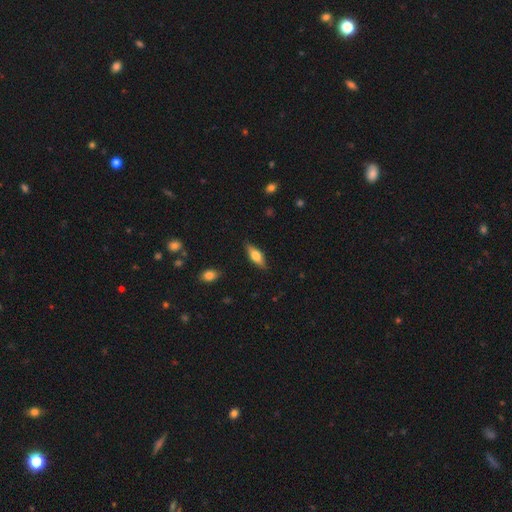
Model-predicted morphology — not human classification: This is likely a smooth galaxy (65%). How rounded: likely in between (69%). Merging: clearly none (86%).